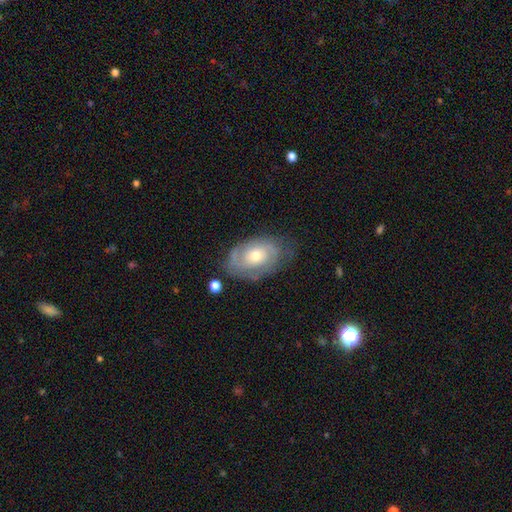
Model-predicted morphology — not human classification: Smooth or featured: featured or disk — 73% (smooth — 21%)
Edge-on disk: no — 95% (yes — 5%)
Bar: no — 77% (weak — 20%)
Spiral arms: yes — 85% (no — 15%)
Spiral winding: tight — 61% (medium — 30%)
Spiral arm count: 2 — 44% (can't tell — 35%)
Bulge size: moderate — 59% (small — 35%)
Merging: none — 69% (minor disturbance — 21%)